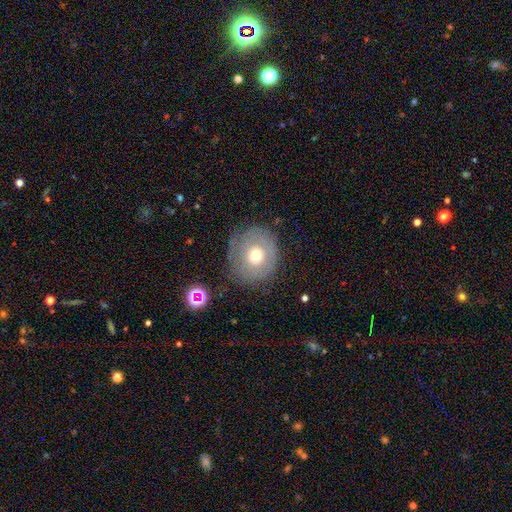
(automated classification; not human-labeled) This appears to be a smooth galaxy with no disk features (47%). Merging: none (75%).